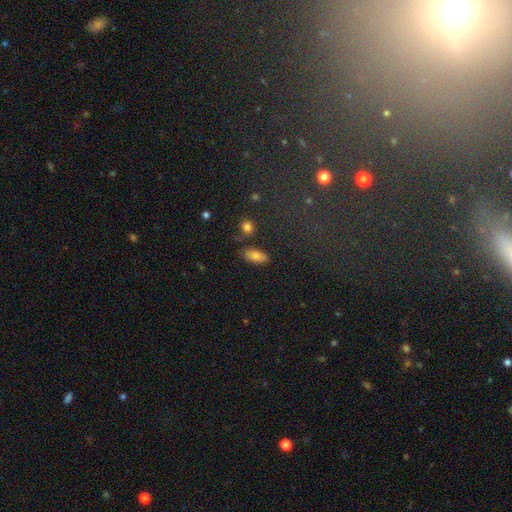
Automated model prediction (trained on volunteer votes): Smooth or featured: smooth — 77% (featured or disk — 14%)
How rounded: in between — 88% (cigar-shaped — 8%)
Merging: none — 73% (minor disturbance — 17%)